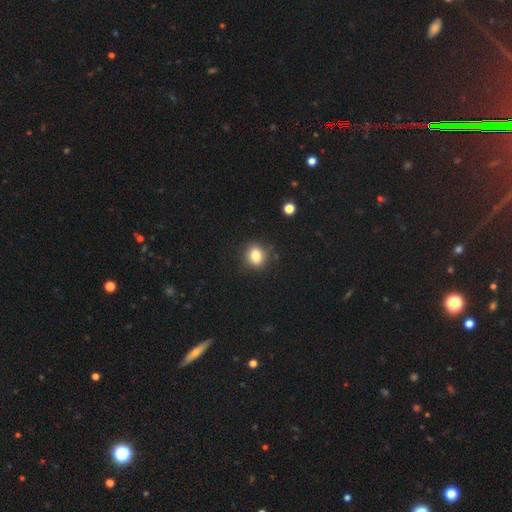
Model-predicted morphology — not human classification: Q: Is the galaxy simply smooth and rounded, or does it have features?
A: smooth — 82%.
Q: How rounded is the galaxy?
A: round — 55%.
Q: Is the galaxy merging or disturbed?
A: none — 85%.